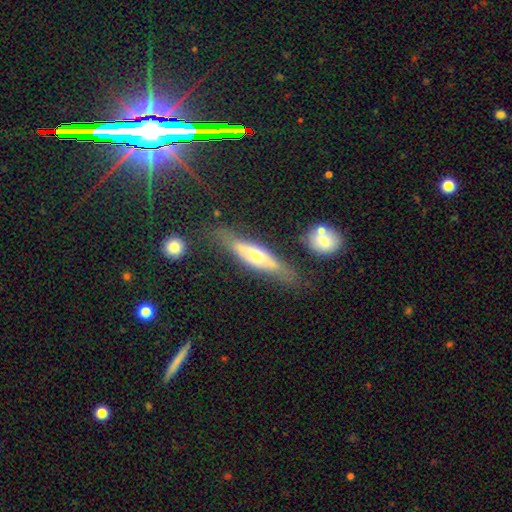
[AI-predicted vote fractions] Smooth or featured? Predicted: featured or disk (p=0.55). Edge-on disk? Predicted: yes (p=0.81). Merging? Predicted: none (p=0.72).